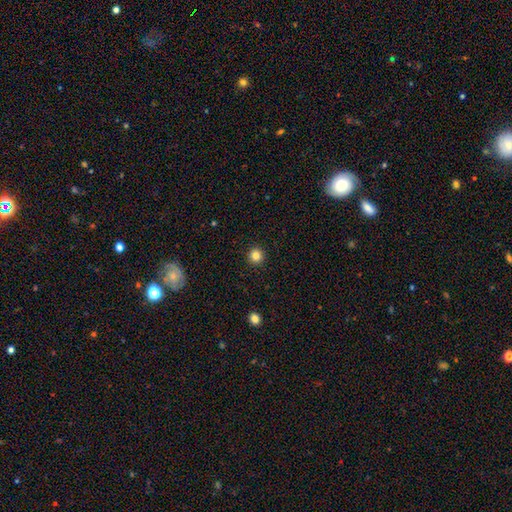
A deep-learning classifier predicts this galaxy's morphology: type=smooth (83%); roundness=round (96%); merging=none (93%).